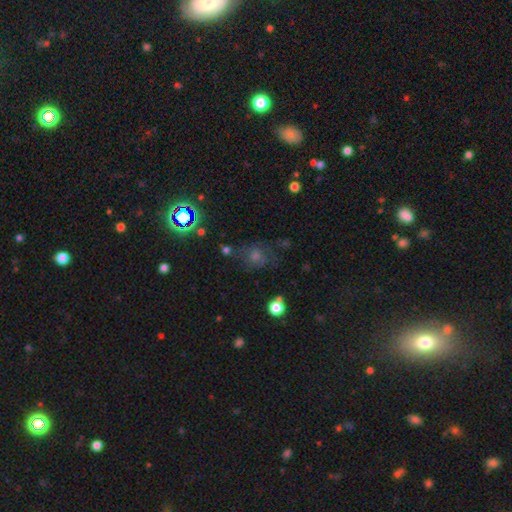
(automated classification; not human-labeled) The model was most divided on "smooth or featured": star or artifact: 43%, smooth: 34%, featured or disk: 22%.